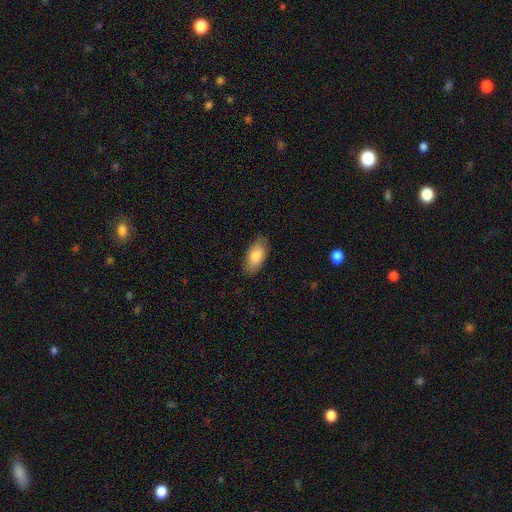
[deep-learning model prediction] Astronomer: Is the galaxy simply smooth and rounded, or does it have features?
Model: smooth — 82%.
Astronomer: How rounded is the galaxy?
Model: in between — 92%.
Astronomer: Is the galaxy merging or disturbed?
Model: none — 81%.